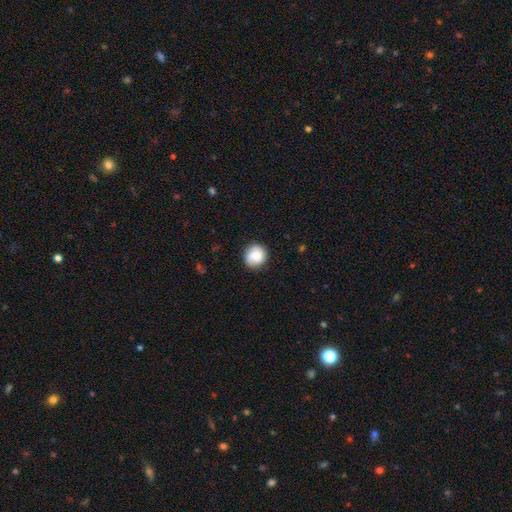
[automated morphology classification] Smooth or featured? smooth (76%)
How rounded? round (90%)
Merging? none (82%)